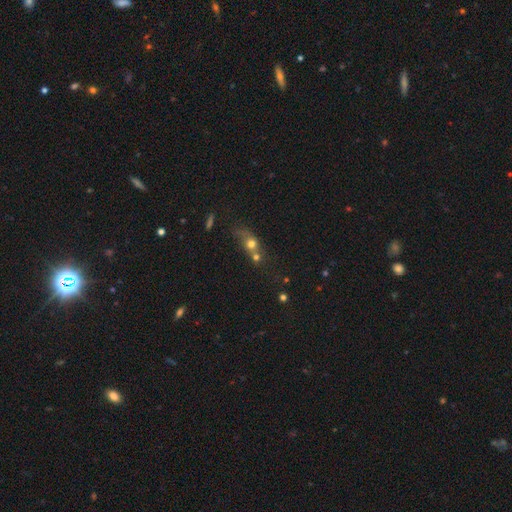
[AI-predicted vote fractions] smooth 55%, star or artifact 25%, featured or disk 21%. Down the decision tree: how rounded — round (53%); merging — merger (45%).